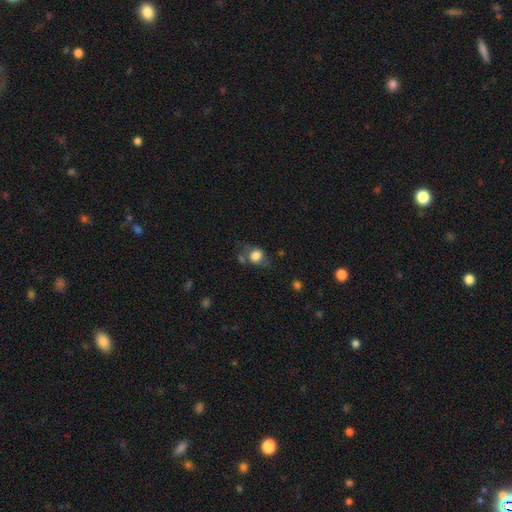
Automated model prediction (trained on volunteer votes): This appears to be a smooth galaxy with no disk features (75%) that is round (53%). Merging: none (52%).